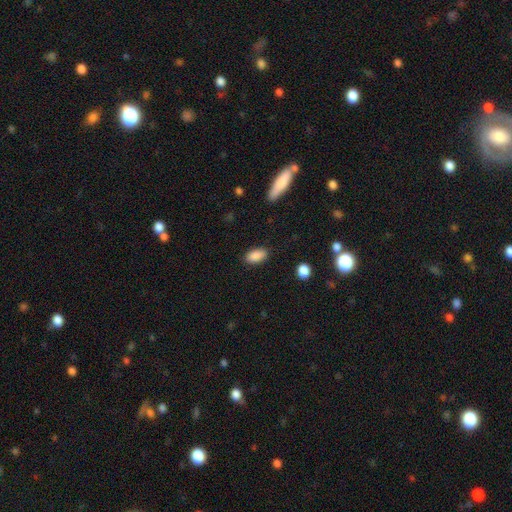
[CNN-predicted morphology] Overall: smooth (88%). How rounded: in between (92%). Merging: none (86%).